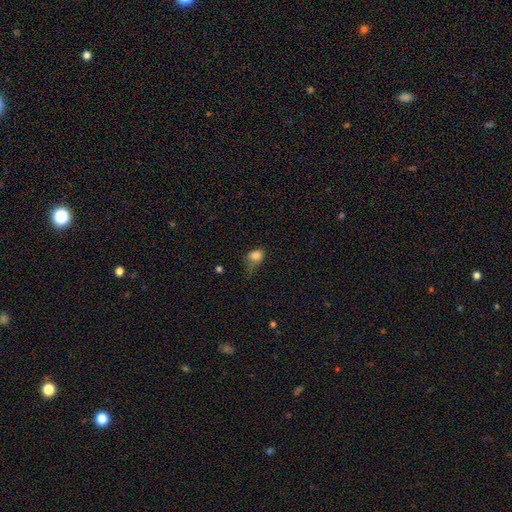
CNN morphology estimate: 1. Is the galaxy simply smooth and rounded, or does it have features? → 81% smooth, 11% star or artifact, 8% featured or disk.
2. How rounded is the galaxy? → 55% in between, 43% round, 2% cigar-shaped.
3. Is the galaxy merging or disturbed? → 38% minor disturbance, 31% major disturbance, 28% none, 3% merger.